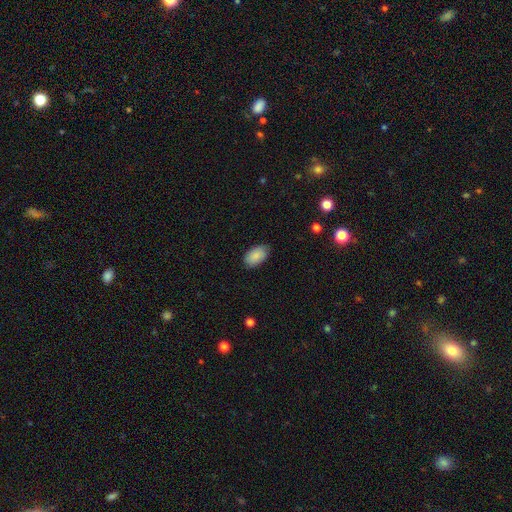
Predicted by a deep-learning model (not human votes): smooth_or_featured: smooth (p=0.87) [alt: star or artifact p=0.07]
how_rounded: in between (p=0.94) [alt: round p=0.04]
merging: none (p=0.83) [alt: minor disturbance p=0.14]